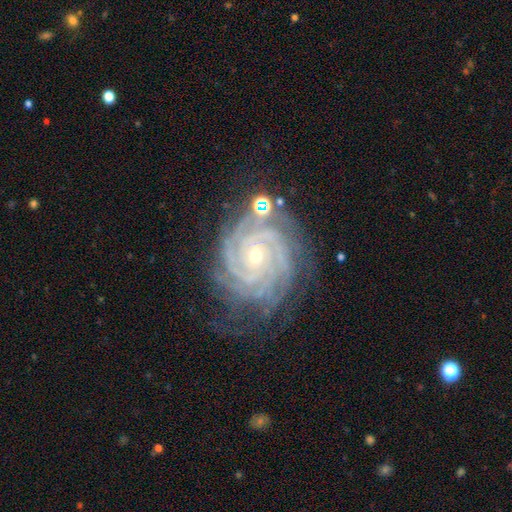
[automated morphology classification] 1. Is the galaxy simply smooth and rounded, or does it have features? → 92% featured or disk, 5% star or artifact, 3% smooth.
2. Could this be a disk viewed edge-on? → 98% no, 2% yes.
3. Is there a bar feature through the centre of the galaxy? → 70% no, 20% weak, 9% strong.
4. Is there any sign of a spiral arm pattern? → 99% yes, 1% no.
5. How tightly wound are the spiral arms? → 85% tight, 13% medium, 2% loose.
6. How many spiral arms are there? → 36% 4, 20% more than 4, 18% 3, 11% can't tell, 9% 2, 6% 1.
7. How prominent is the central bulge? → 73% small, 25% moderate, 1% large, 1% none, 1% dominant.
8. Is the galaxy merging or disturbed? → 70% none, 19% minor disturbance, 6% major disturbance, 5% merger.